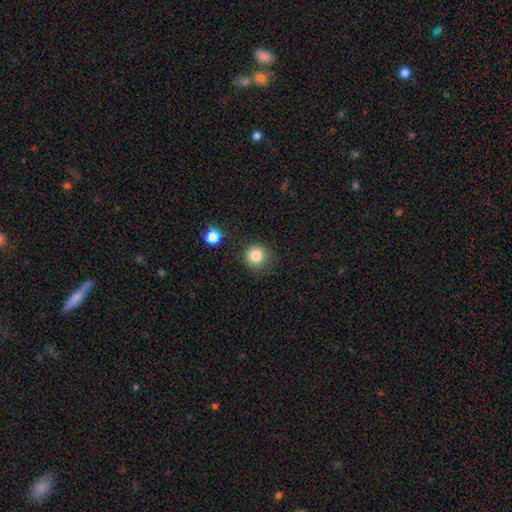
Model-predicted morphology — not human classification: Q: Smooth or featured?
A: smooth (84%); runner-up: star or artifact (11%)
Q: How rounded?
A: round (93%); runner-up: in between (6%)
Q: Merging?
A: none (83%); runner-up: minor disturbance (10%)